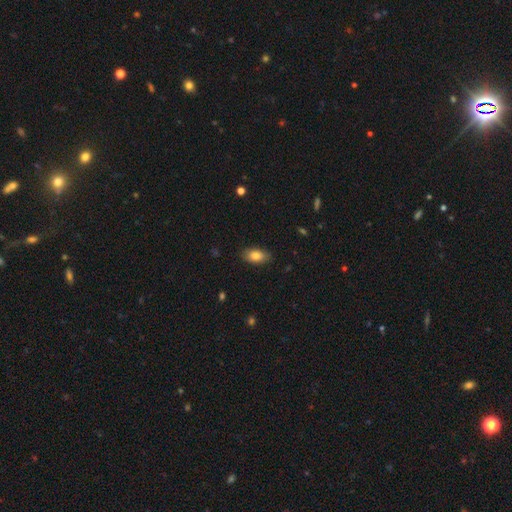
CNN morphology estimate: A smooth galaxy with no disk features (82%) that is in between round and cigar-shaped (91%). Merging: none (85%).